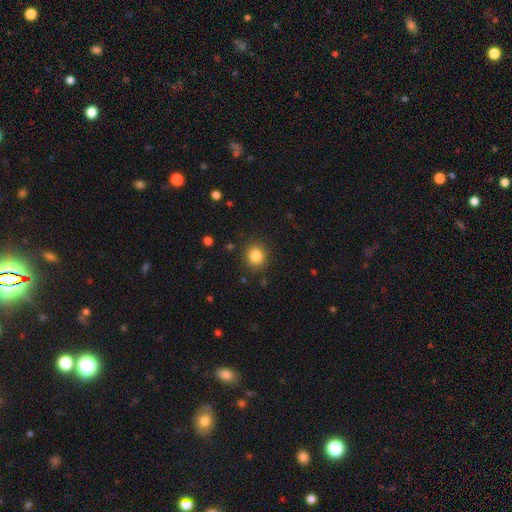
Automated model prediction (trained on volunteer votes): A smooth galaxy with no disk features (84%) that is round (89%).

Vote fractions:
- Smooth or featured? smooth: 84% / star or artifact: 11% / featured or disk: 5%
- How rounded? round: 89% / in between: 10% / cigar-shaped: 1%
- Merging? none: 88% / minor disturbance: 7% / major disturbance: 3% / merger: 1%